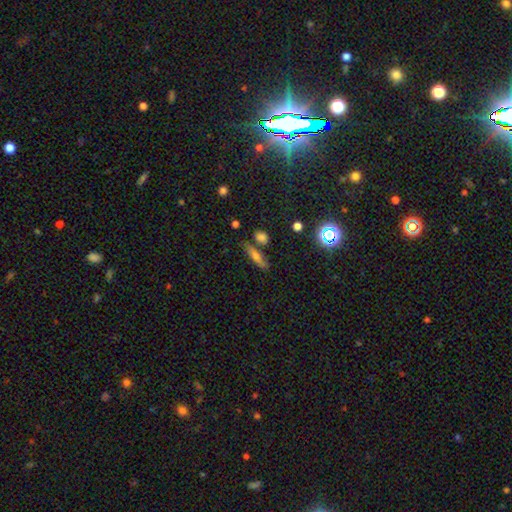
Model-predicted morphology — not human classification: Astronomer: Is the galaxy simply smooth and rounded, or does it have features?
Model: smooth — 59%.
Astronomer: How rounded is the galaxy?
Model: cigar-shaped — 67%.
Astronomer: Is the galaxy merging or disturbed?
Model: none — 72%.